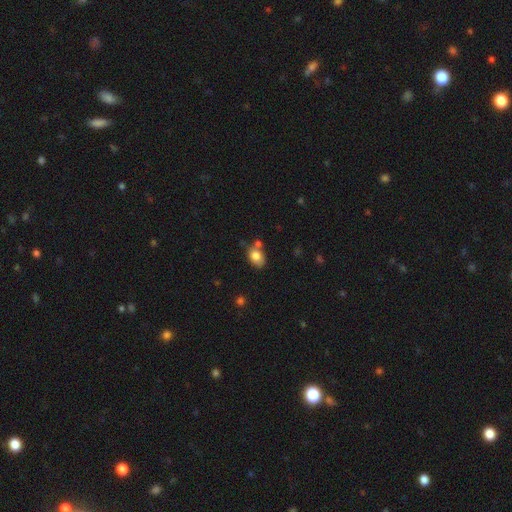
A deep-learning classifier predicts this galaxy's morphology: Smooth or featured? Predicted: smooth (p=0.81). How rounded? Predicted: in between (p=0.72). Merging? Predicted: none (p=0.56).